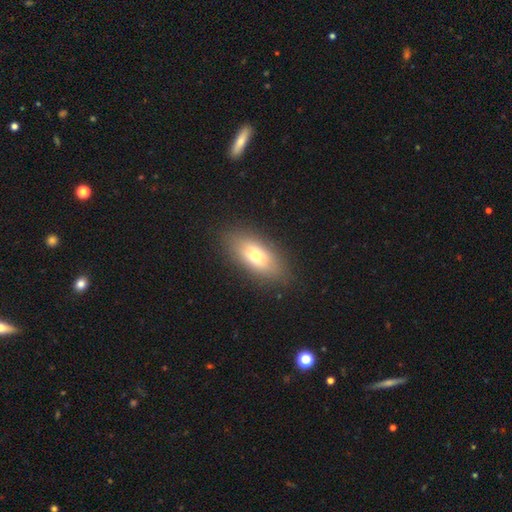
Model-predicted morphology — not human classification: Smooth or featured: smooth — 71% (featured or disk — 21%)
How rounded: in between — 80% (cigar-shaped — 16%)
Merging: none — 86% (minor disturbance — 10%)